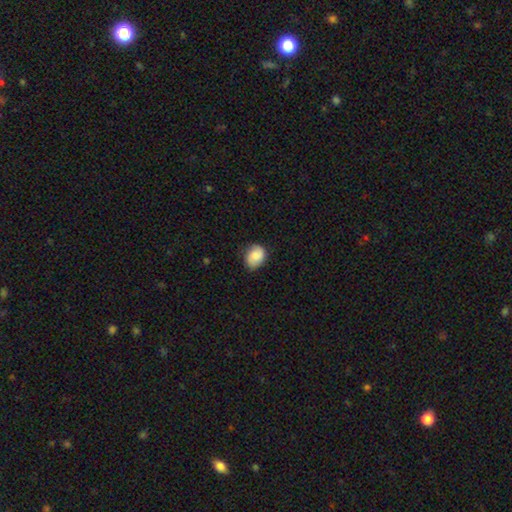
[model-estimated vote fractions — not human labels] A smooth galaxy with no disk features (79%) that is in between round and cigar-shaped (52%).

Vote fractions:
- Smooth or featured? smooth: 79% / featured or disk: 13% / star or artifact: 7%
- How rounded? in between: 52% / round: 47% / cigar-shaped: 1%
- Merging? none: 75% / minor disturbance: 20% / major disturbance: 4% / merger: 1%